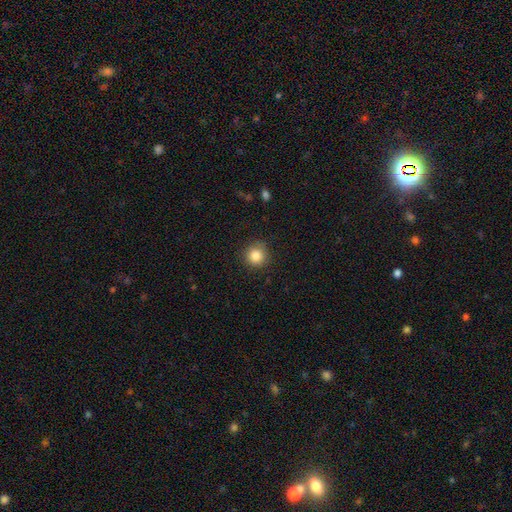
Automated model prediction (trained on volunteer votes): Smooth or featured?
  - smooth: 85% *
  - star or artifact: 10%
  - featured or disk: 5%
How rounded?
  - round: 93% *
  - in between: 6%
  - cigar-shaped: 1%
Merging?
  - none: 86% *
  - minor disturbance: 10%
  - major disturbance: 3%
  - merger: 1%